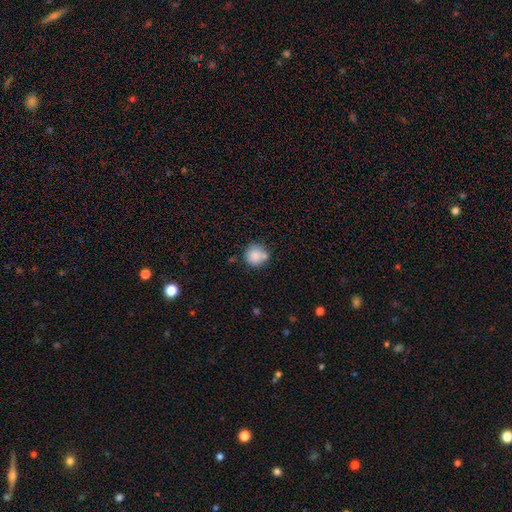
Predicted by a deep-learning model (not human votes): Morphology: type=smooth (84%); roundness=round (92%); merging=none (68%).